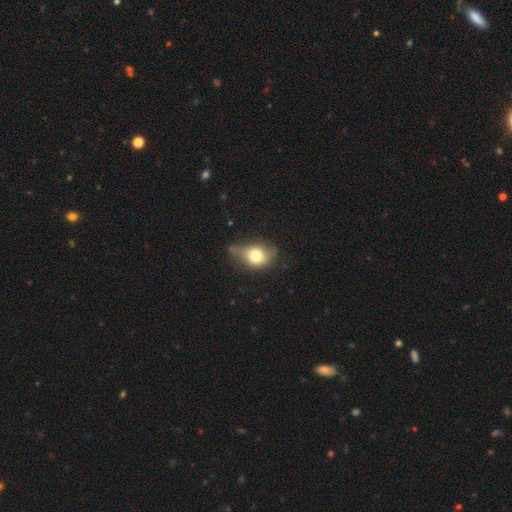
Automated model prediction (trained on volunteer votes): This is likely a smooth galaxy (69%). How rounded: likely in between (62%). Merging: marginally minor disturbance (42%).